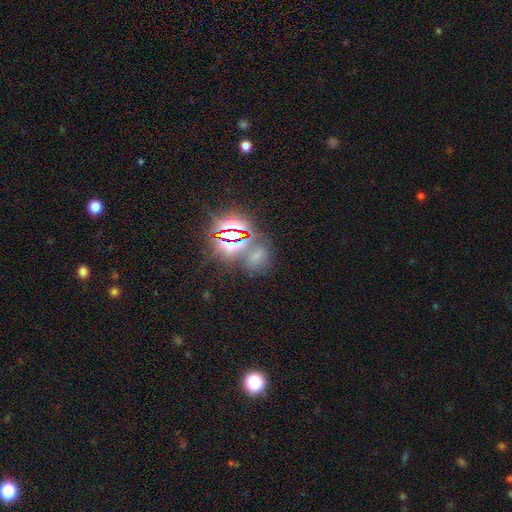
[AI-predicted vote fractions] Overall: star or artifact (53%; smooth 36%).